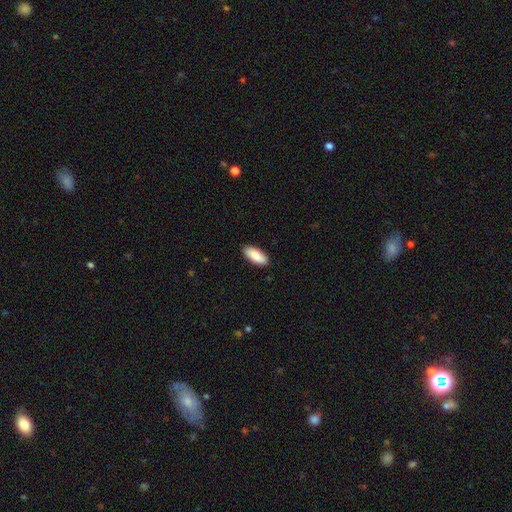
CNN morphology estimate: Smooth or featured? smooth (87%)
How rounded? in between (81%)
Merging? none (89%)